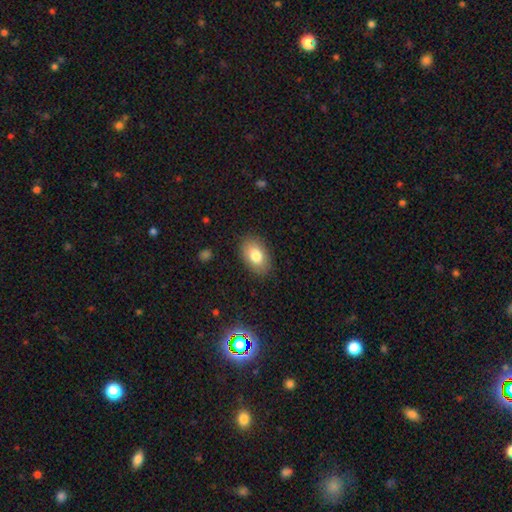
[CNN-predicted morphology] This appears to be a smooth galaxy with no disk features (81%) that is in between round and cigar-shaped (88%). Merging: none (86%).